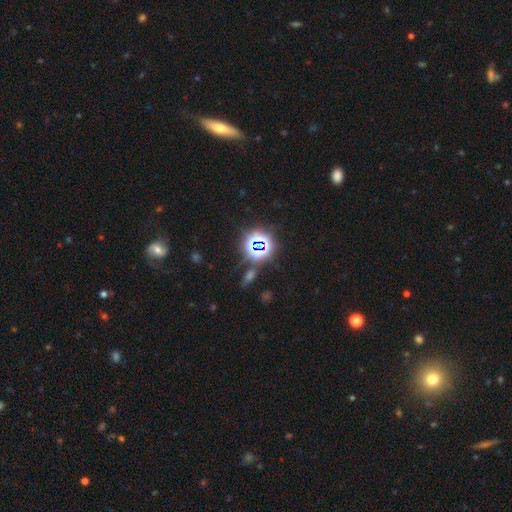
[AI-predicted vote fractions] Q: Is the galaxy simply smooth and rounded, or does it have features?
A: star or artifact — 60%.